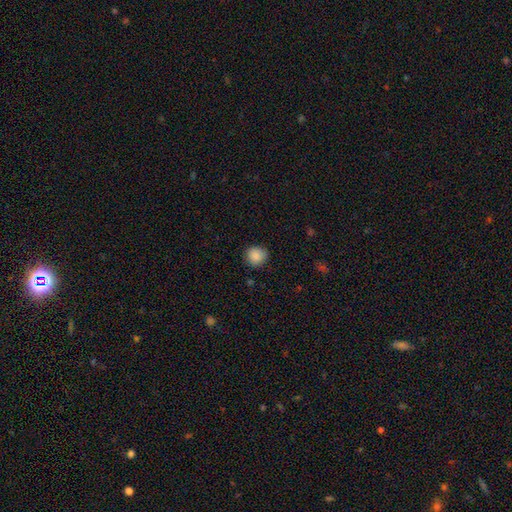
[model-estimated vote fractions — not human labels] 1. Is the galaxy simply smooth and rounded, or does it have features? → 87% smooth, 9% star or artifact, 4% featured or disk.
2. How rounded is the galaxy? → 86% round, 13% in between, 1% cigar-shaped.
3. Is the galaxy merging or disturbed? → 83% none, 13% minor disturbance, 3% major disturbance, 1% merger.